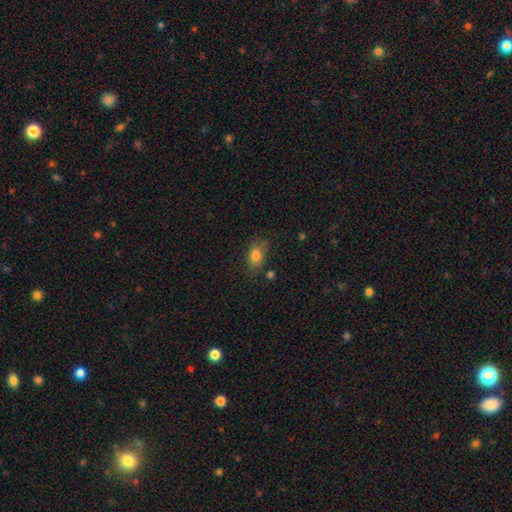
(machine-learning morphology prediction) This is clearly a smooth galaxy (80%). How rounded: likely in between (73%). Merging: likely none (67%).